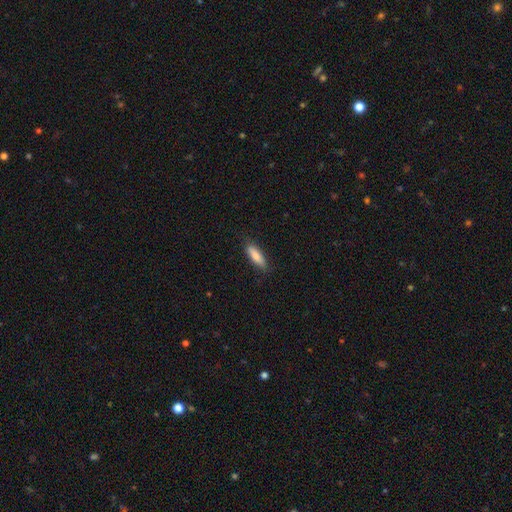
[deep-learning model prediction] A smooth galaxy with no disk features (78%) that is cigar-shaped (58%). Merging: none (84%).